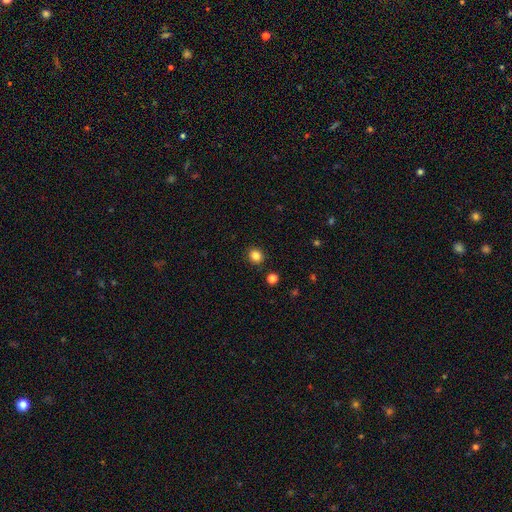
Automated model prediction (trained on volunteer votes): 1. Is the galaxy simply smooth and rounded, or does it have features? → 84% smooth, 12% star or artifact, 5% featured or disk.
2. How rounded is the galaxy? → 85% round, 15% in between, 1% cigar-shaped.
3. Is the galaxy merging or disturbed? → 89% none, 6% minor disturbance, 2% merger, 2% major disturbance.